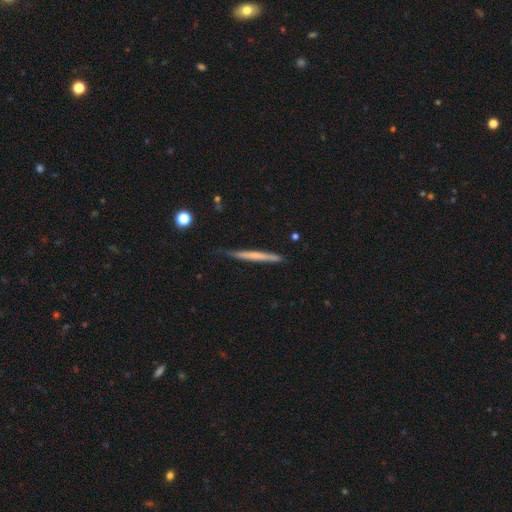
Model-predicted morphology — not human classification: Smooth or featured? smooth (49%)
Merging? none (79%)